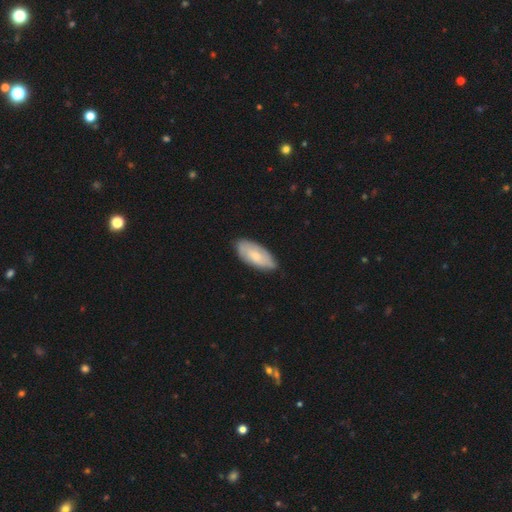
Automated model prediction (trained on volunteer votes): smooth-or-featured: smooth: 64% | featured or disk: 31% | star or artifact: 5%
  how-rounded: in between: 88% | cigar-shaped: 10% | round: 2%
  merging: none: 78% | minor disturbance: 18% | major disturbance: 3% | merger: 1%